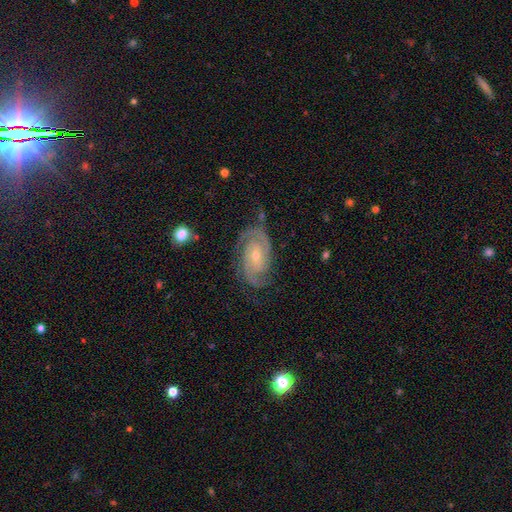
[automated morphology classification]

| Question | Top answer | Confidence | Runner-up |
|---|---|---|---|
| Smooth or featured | featured or disk | 91% | star or artifact (5%) |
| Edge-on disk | no | 97% | yes (3%) |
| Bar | no | 57% | weak (32%) |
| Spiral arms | yes | 98% | no (2%) |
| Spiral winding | tight | 64% | medium (31%) |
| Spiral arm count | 2 | 80% | 3 (9%) |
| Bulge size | small | 63% | moderate (34%) |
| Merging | none | 79% | minor disturbance (15%) |